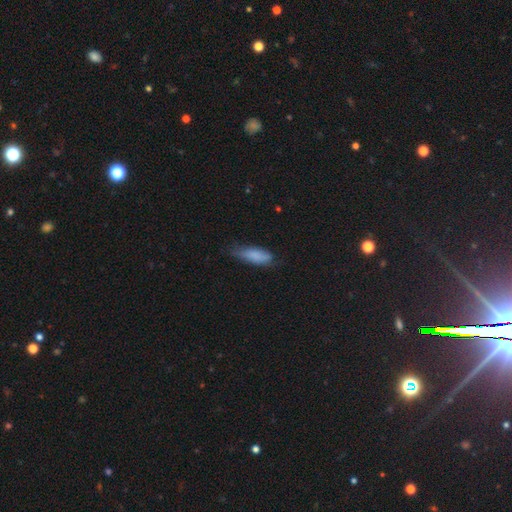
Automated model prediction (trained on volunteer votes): Smooth or featured? smooth (81%)
How rounded? in between (62%)
Merging? none (52%)